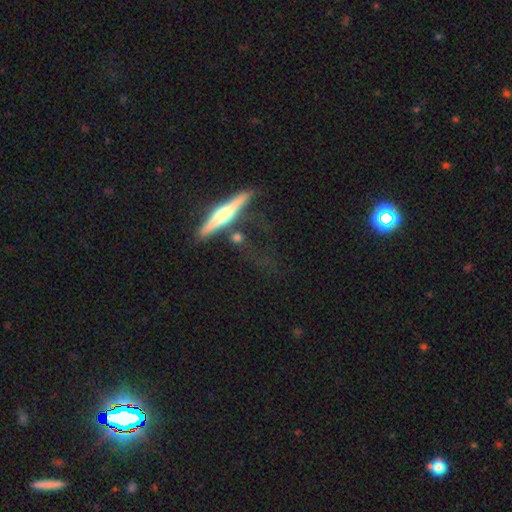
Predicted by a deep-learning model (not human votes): Smooth or featured?
  - featured or disk: 64% *
  - smooth: 24%
  - star or artifact: 12%
Edge-on disk?
  - yes: 91% *
  - no: 9%
Edge-on bulge?
  - rounded: 87% *
  - none: 7%
  - boxy: 5%
Merging?
  - none: 58% *
  - minor disturbance: 21%
  - major disturbance: 12%
  - merger: 8%